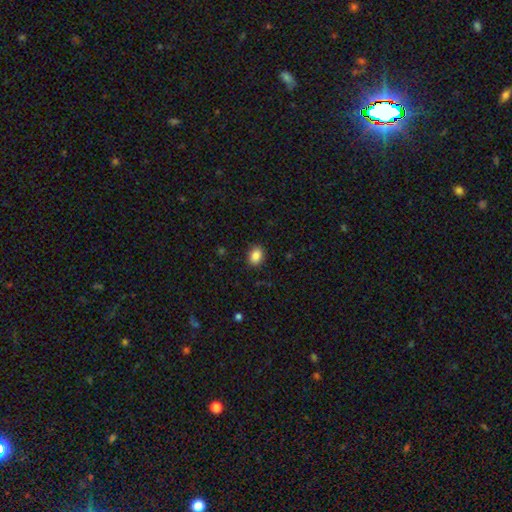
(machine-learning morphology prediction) This appears to be a smooth galaxy with no disk features (87%) that is in between round and cigar-shaped (64%). Merging: none (88%).